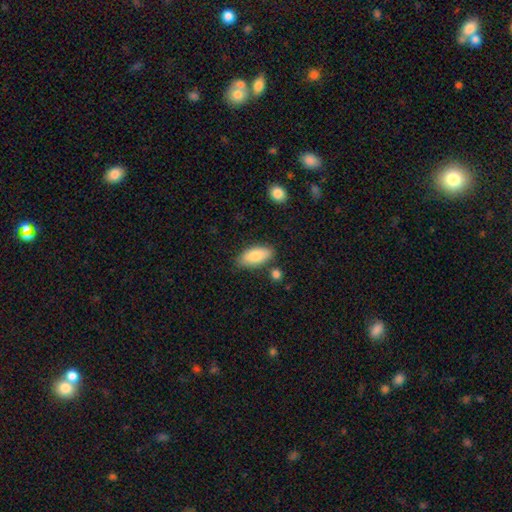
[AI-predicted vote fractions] smooth 83%, featured or disk 11%, star or artifact 6%. Down the decision tree: how rounded — in between (88%); merging — none (77%).